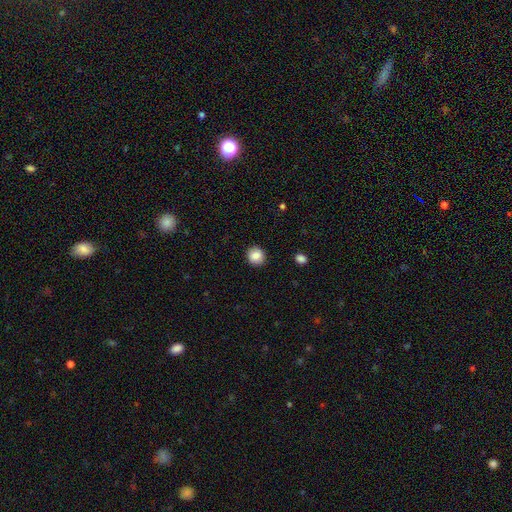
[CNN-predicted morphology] type=smooth (85%); roundness=round (88%); merging=none (90%).